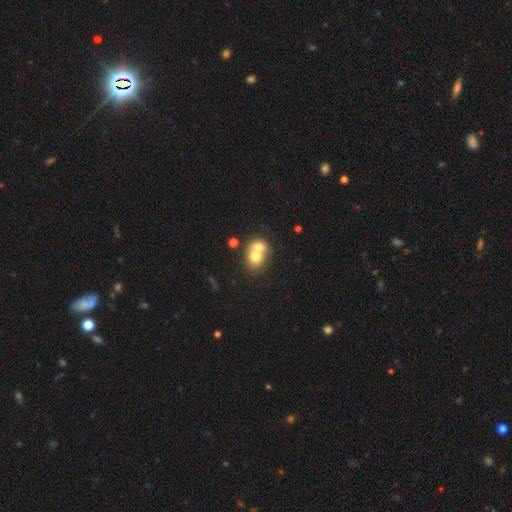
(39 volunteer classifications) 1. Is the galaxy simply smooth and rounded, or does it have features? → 77% smooth, 21% featured or disk, 3% star or artifact.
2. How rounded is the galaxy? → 70% round, 30% in between, 0% cigar-shaped.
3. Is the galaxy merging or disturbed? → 79% merger, 18% none, 3% major disturbance, 0% minor disturbance.